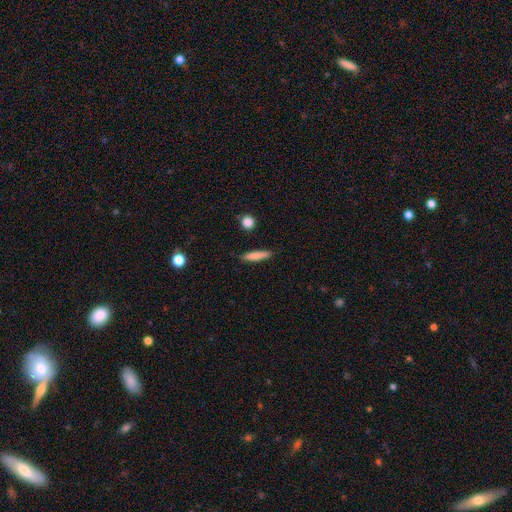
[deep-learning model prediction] Smooth or featured? Predicted: smooth (p=0.80). How rounded? Predicted: cigar-shaped (p=0.86). Merging? Predicted: none (p=0.87).